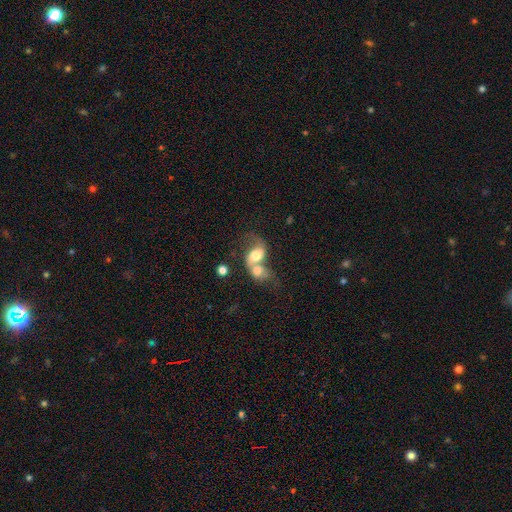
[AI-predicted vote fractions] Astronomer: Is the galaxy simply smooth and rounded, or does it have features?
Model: featured or disk — 46% (runner-up: smooth, 45%).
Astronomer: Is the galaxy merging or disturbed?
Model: merger — 78%.